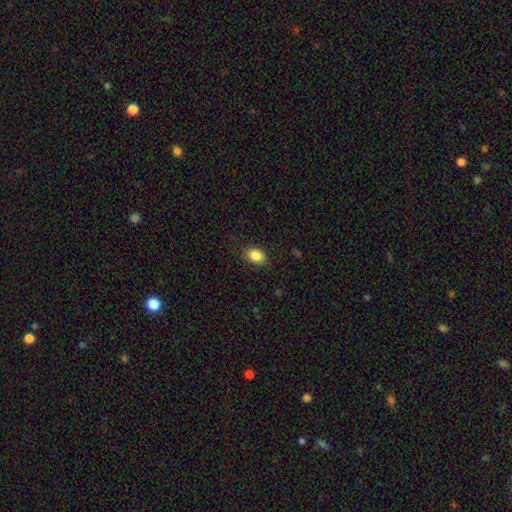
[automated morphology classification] Q: Smooth or featured?
A: smooth (86%); runner-up: star or artifact (9%)
Q: How rounded?
A: in between (72%); runner-up: round (27%)
Q: Merging?
A: none (85%); runner-up: minor disturbance (11%)